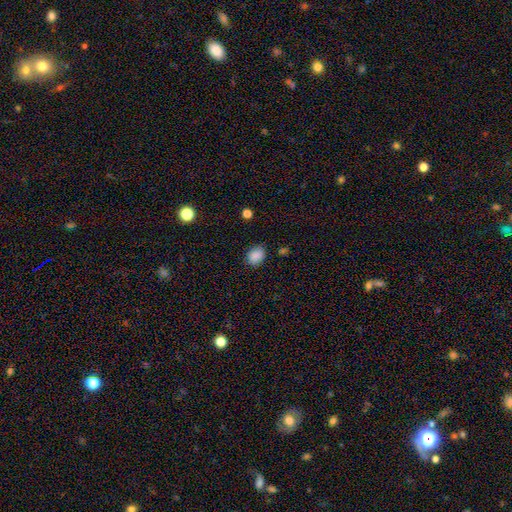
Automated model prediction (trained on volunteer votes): Morphology: type=smooth (87%); roundness=in between (59%); merging=none (79%).